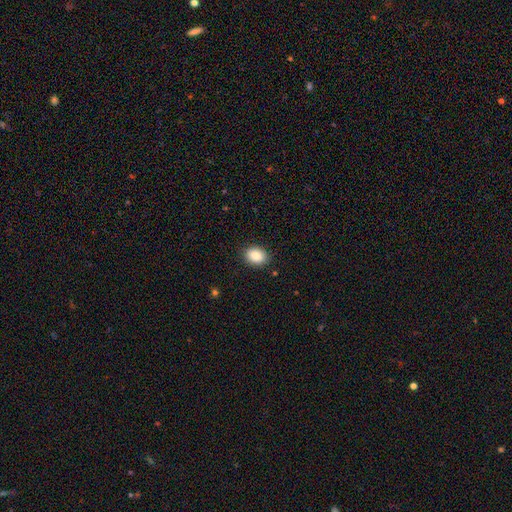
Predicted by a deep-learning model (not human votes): smooth_or_featured: smooth (p=0.88) [alt: star or artifact p=0.08]
how_rounded: in between (p=0.70) [alt: round p=0.29]
merging: none (p=0.89) [alt: minor disturbance p=0.08]